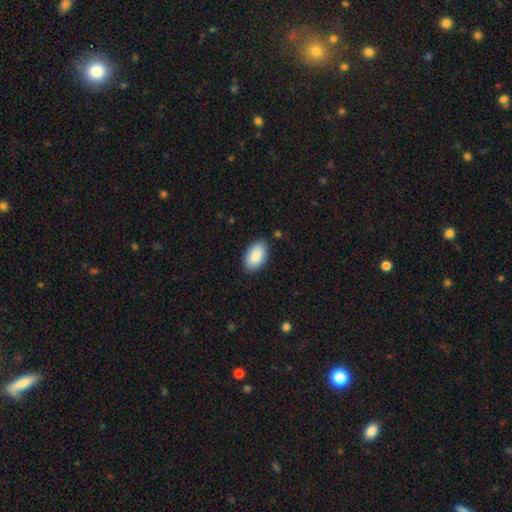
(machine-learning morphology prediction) Q: Smooth or featured?
A: smooth (89%); runner-up: featured or disk (6%)
Q: How rounded?
A: in between (95%); runner-up: round (3%)
Q: Merging?
A: none (88%); runner-up: minor disturbance (9%)